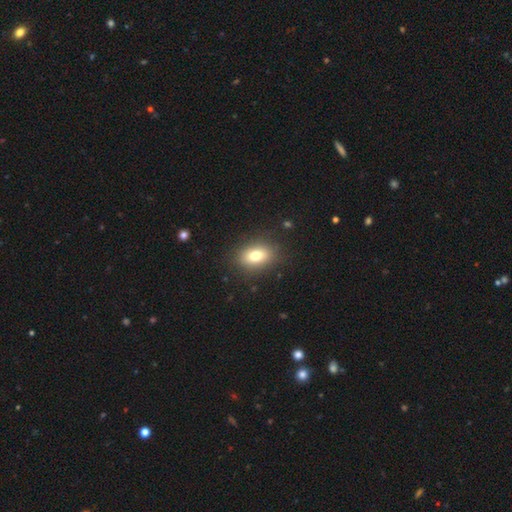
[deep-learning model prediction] A smooth galaxy with no disk features (77%) that is in between round and cigar-shaped (76%). Merging: none (86%).